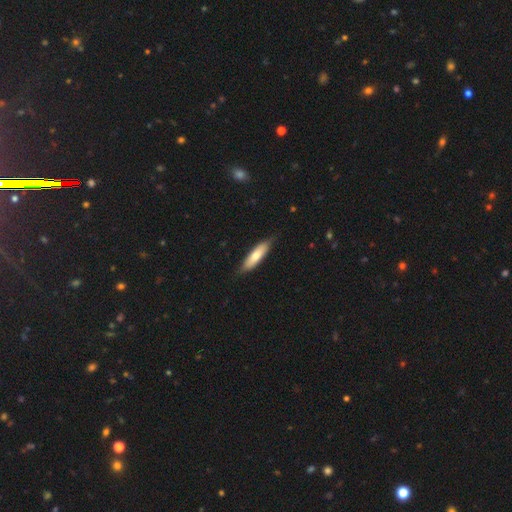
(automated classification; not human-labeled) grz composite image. It shows a smooth galaxy with no disk features (73%) that is cigar-shaped (58%). Merging: none (80%).